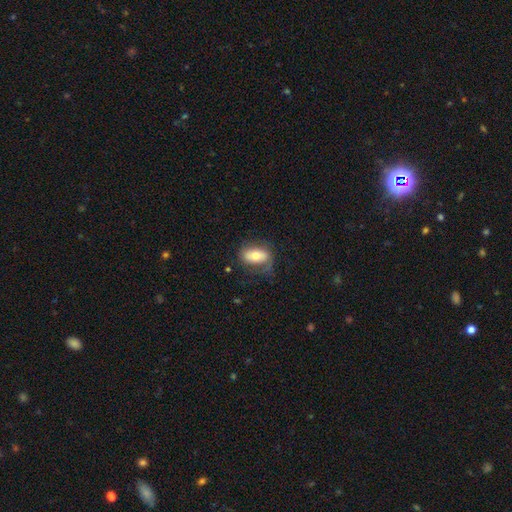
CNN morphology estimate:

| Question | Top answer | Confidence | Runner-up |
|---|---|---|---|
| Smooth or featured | smooth | 61% | featured or disk (33%) |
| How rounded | in between | 89% | round (7%) |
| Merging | none | 58% | minor disturbance (25%) |